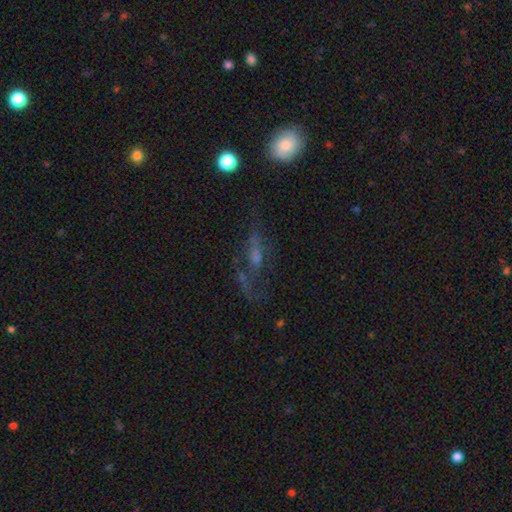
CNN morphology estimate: Smooth or featured?
  - featured or disk: 53% *
  - smooth: 24%
  - star or artifact: 23%
Edge-on disk?
  - no: 79% *
  - yes: 21%
Merging?
  - none: 47% *
  - major disturbance: 29%
  - minor disturbance: 17%
  - merger: 7%